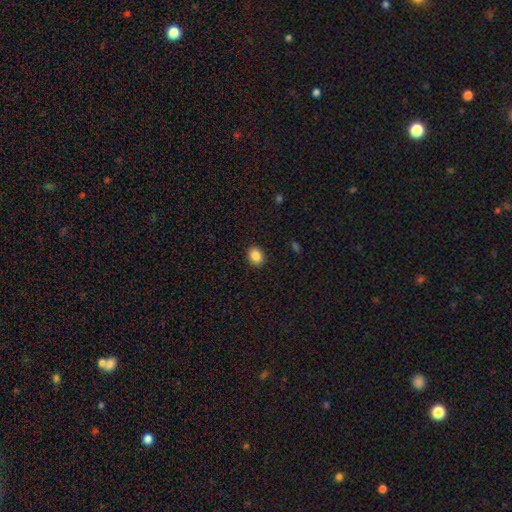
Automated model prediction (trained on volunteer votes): Morphology: type=smooth (87%); roundness=in between (51%); merging=none (90%).